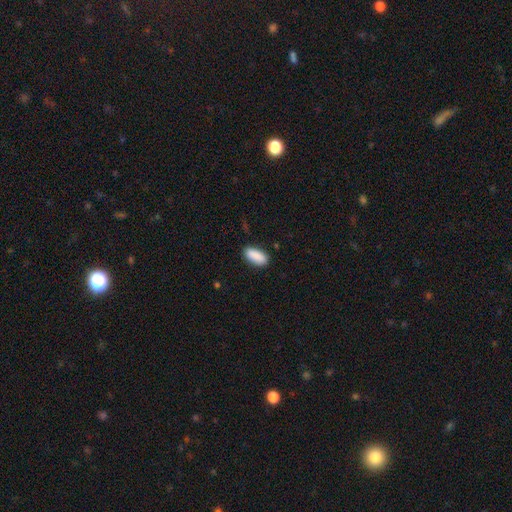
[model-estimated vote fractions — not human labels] smooth_or_featured: smooth (p=0.90) [alt: star or artifact p=0.06]
how_rounded: in between (p=0.85) [alt: cigar-shaped p=0.12]
merging: none (p=0.86) [alt: minor disturbance p=0.11]